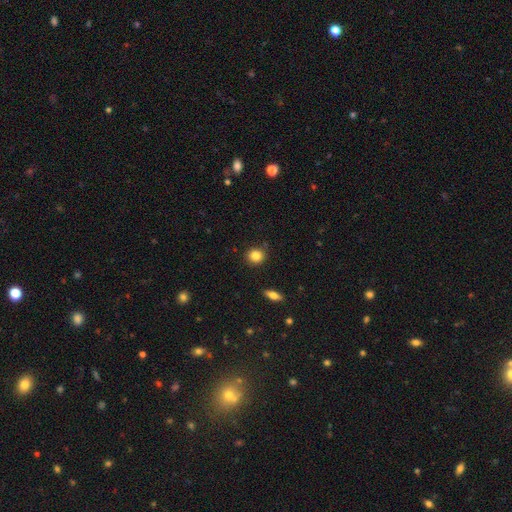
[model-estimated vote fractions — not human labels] Morphology: type=smooth (84%); roundness=round (87%); merging=none (87%).